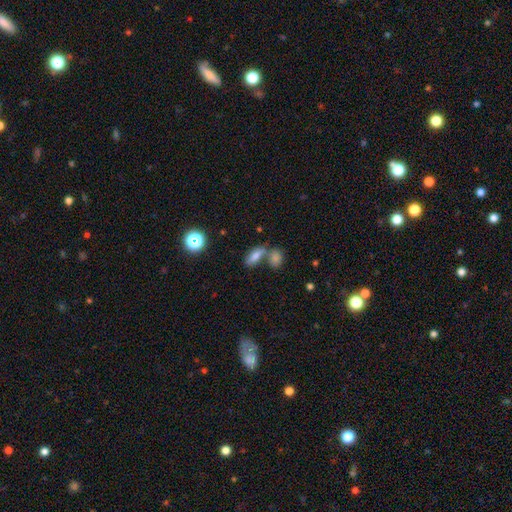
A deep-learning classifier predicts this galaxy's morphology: The model was most divided on "merging": merger: 47%, none: 39%, minor disturbance: 10%, major disturbance: 5%. More confident: how rounded — in between (78%); smooth or featured — smooth (74%).